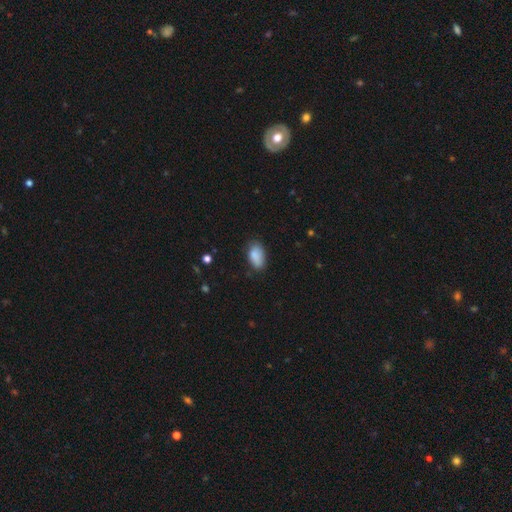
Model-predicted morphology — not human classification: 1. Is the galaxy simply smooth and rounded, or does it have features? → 86% smooth, 7% star or artifact, 7% featured or disk.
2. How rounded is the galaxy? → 93% in between, 4% round, 3% cigar-shaped.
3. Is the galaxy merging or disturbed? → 71% none, 23% minor disturbance, 5% major disturbance, 2% merger.